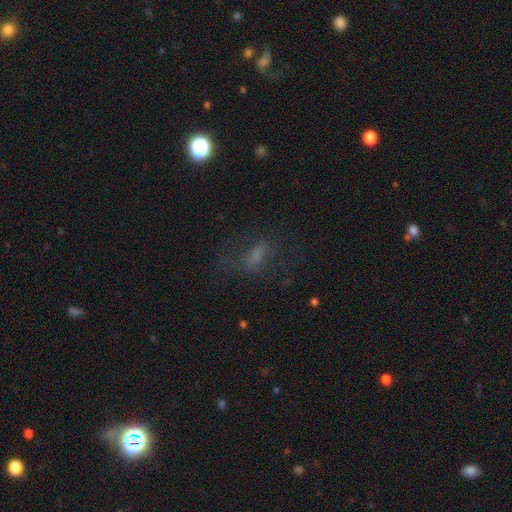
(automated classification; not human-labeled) smooth 47%, featured or disk 28%, star or artifact 25%. Down the decision tree: merging — none (52%).